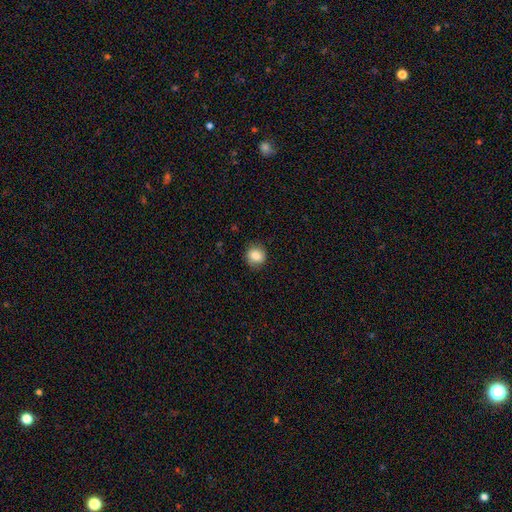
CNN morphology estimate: smooth_or_featured: smooth (p=0.83) [alt: star or artifact p=0.09]
how_rounded: round (p=0.78) [alt: in between p=0.21]
merging: none (p=0.83) [alt: minor disturbance p=0.13]